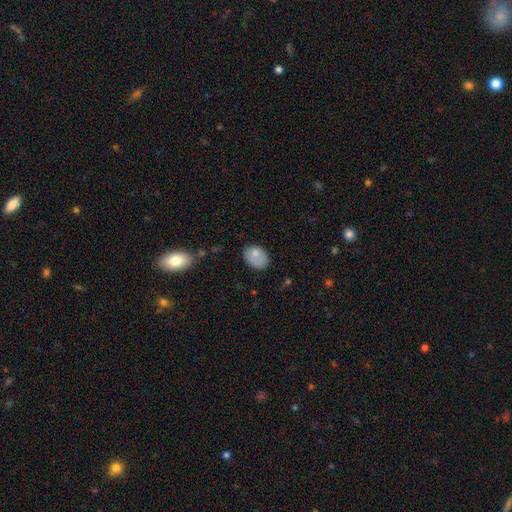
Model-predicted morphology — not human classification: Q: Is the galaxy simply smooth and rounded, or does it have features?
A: smooth — 80%.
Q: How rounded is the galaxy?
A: in between — 74%.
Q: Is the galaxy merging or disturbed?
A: none — 65%.